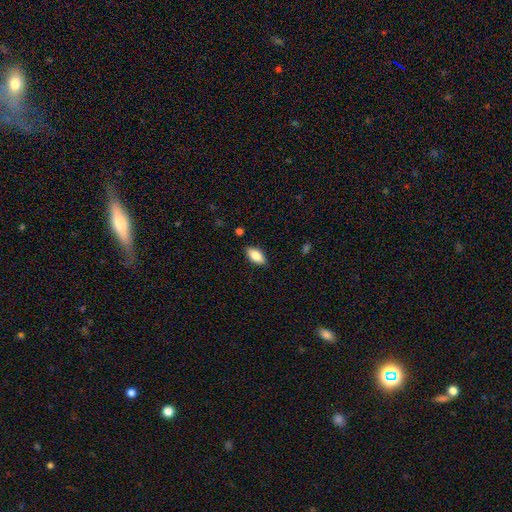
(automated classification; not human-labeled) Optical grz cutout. It shows a smooth galaxy with no disk features (82%) that is in between round and cigar-shaped (90%). Merging: none (86%).